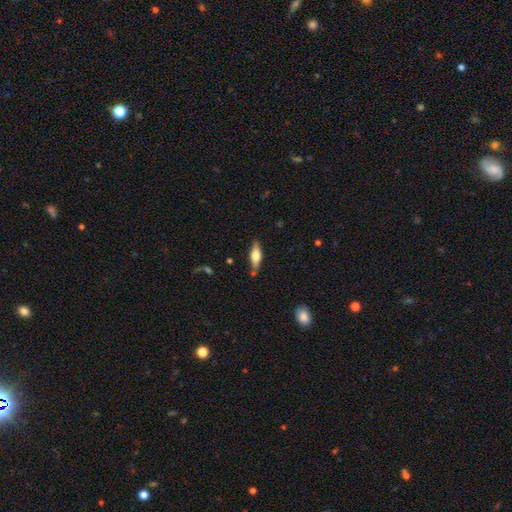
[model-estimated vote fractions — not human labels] A smooth galaxy with no disk features (50%).

Vote fractions:
- Smooth or featured? smooth: 50% / featured or disk: 44% / star or artifact: 6%
- Merging? none: 78% / minor disturbance: 15% / merger: 4% / major disturbance: 3%